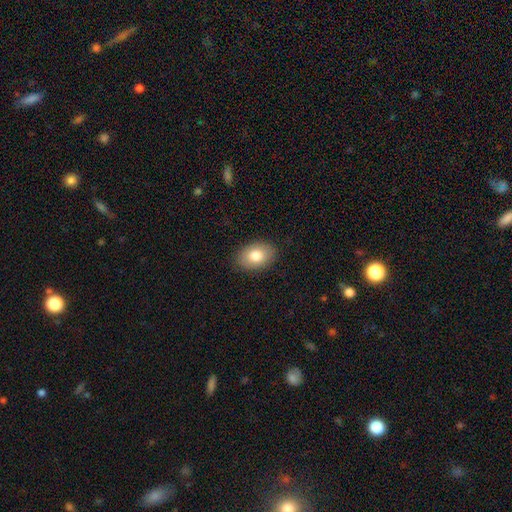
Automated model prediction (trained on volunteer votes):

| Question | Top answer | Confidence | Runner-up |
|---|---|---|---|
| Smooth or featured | smooth | 81% | featured or disk (12%) |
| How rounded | in between | 84% | round (15%) |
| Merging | none | 87% | minor disturbance (9%) |